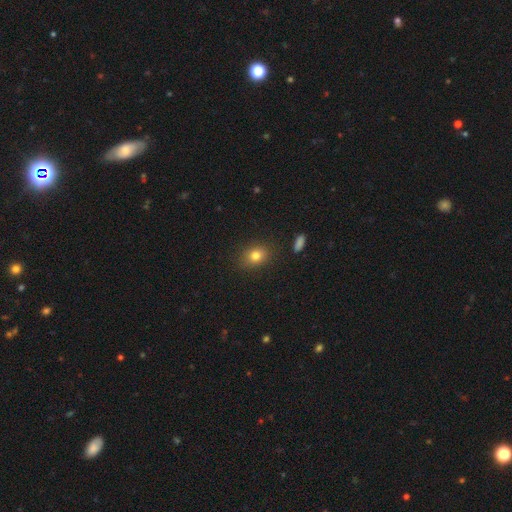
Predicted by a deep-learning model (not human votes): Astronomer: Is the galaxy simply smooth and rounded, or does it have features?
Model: smooth — 79%.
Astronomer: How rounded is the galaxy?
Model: in between — 53% (runner-up: round, 45%).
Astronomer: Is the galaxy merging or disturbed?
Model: none — 85%.